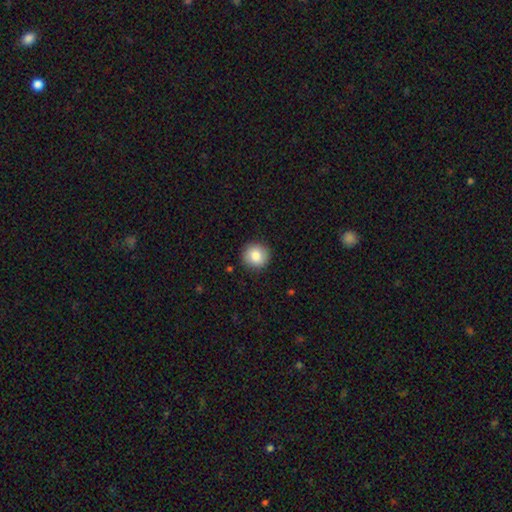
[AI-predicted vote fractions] Q: Smooth or featured?
A: smooth (83%); runner-up: featured or disk (9%)
Q: How rounded?
A: round (92%); runner-up: in between (7%)
Q: Merging?
A: none (91%); runner-up: minor disturbance (7%)